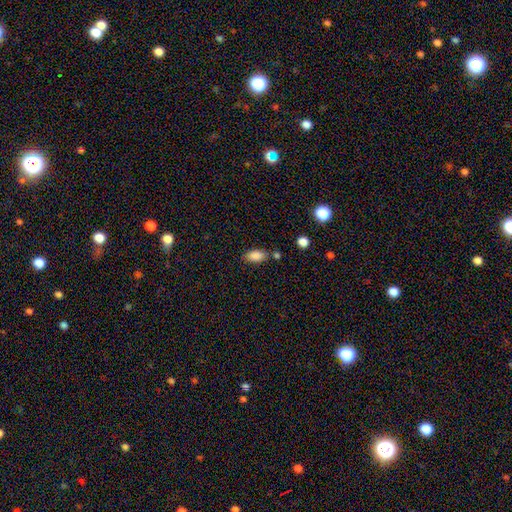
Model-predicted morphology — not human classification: Smooth or featured? Predicted: smooth (p=0.86). How rounded? Predicted: in between (p=0.90). Merging? Predicted: none (p=0.70).